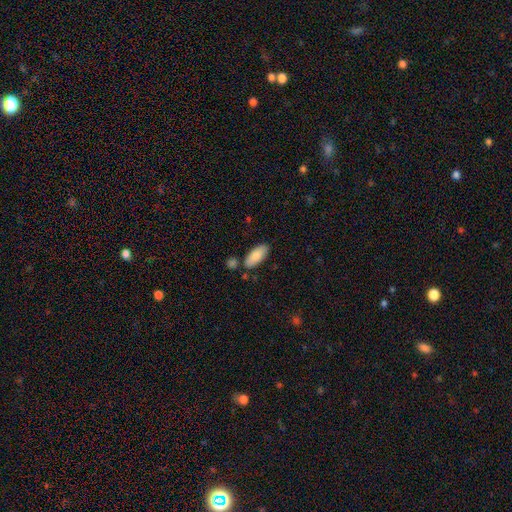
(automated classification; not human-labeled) smooth-or-featured: smooth: 84% | featured or disk: 10% | star or artifact: 6%
  how-rounded: in between: 86% | cigar-shaped: 12% | round: 2%
  merging: none: 79% | minor disturbance: 12% | merger: 6% | major disturbance: 3%